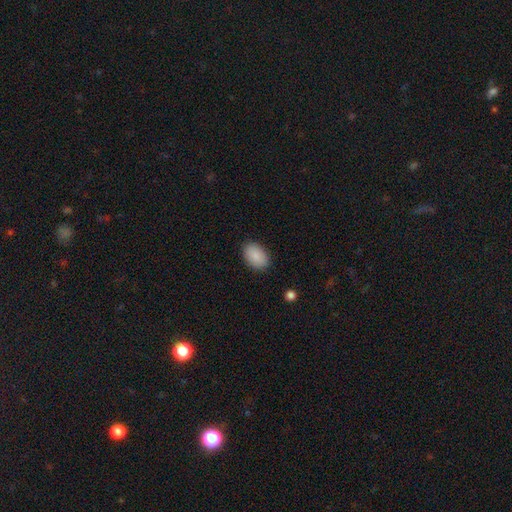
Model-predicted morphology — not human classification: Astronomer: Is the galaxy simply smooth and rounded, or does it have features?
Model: smooth — 89%.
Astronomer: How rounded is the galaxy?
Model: in between — 90%.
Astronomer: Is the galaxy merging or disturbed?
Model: none — 88%.